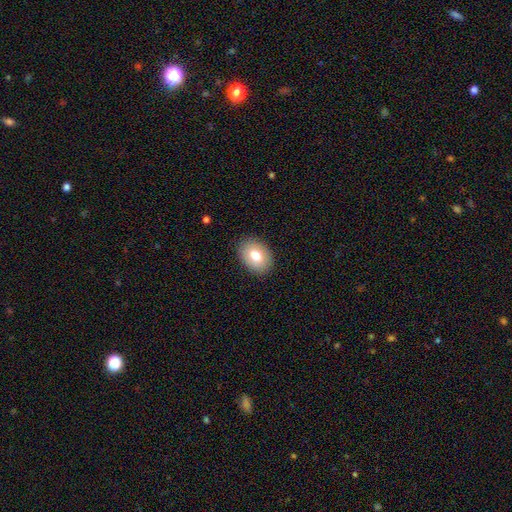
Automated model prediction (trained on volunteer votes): Smooth or featured: smooth — 76% (featured or disk — 17%)
How rounded: in between — 76% (round — 23%)
Merging: none — 87% (minor disturbance — 9%)